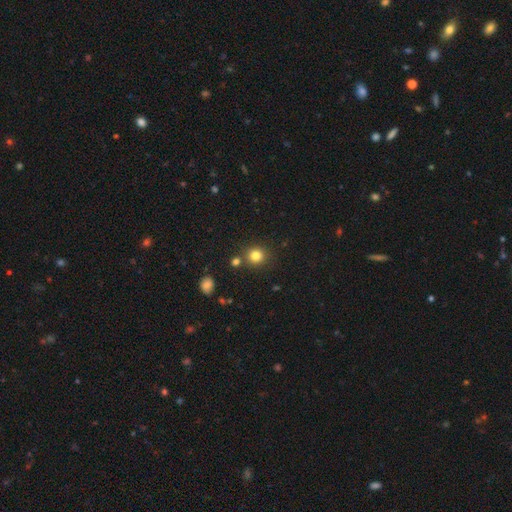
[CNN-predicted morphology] Smooth or featured? Predicted: smooth (p=0.81). How rounded? Predicted: round (p=0.89). Merging? Predicted: none (p=0.81).